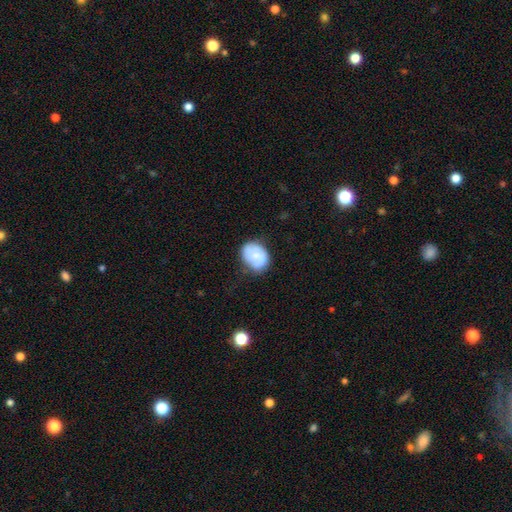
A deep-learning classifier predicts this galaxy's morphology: Smooth or featured: smooth — 69% (featured or disk — 23%)
How rounded: in between — 57% (round — 42%)
Merging: none — 61% (minor disturbance — 29%)